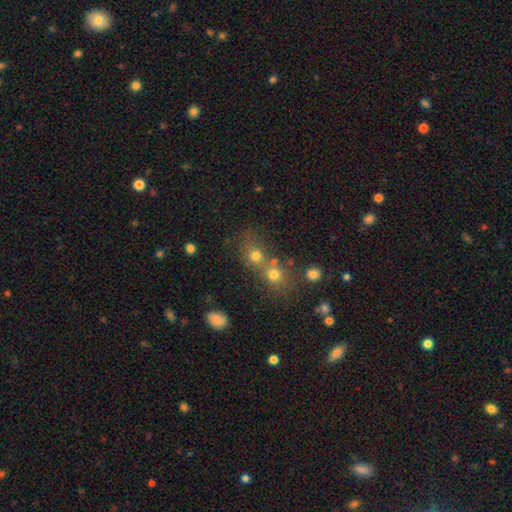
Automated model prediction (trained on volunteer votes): smooth-or-featured: smooth: 69% | star or artifact: 18% | featured or disk: 13%
  how-rounded: round: 77% | in between: 21% | cigar-shaped: 2%
  merging: merger: 47% | none: 40% | minor disturbance: 8% | major disturbance: 5%